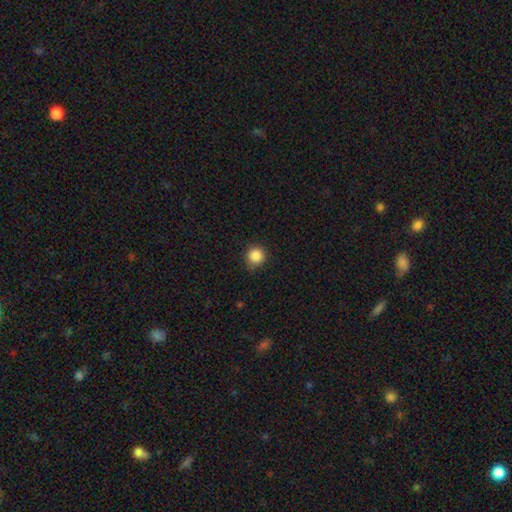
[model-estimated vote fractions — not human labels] A smooth galaxy with no disk features (86%) that is round (91%).

Vote fractions:
- Smooth or featured? smooth: 86% / star or artifact: 10% / featured or disk: 4%
- How rounded? round: 91% / in between: 8% / cigar-shaped: 1%
- Merging? none: 79% / minor disturbance: 17% / major disturbance: 3% / merger: 1%